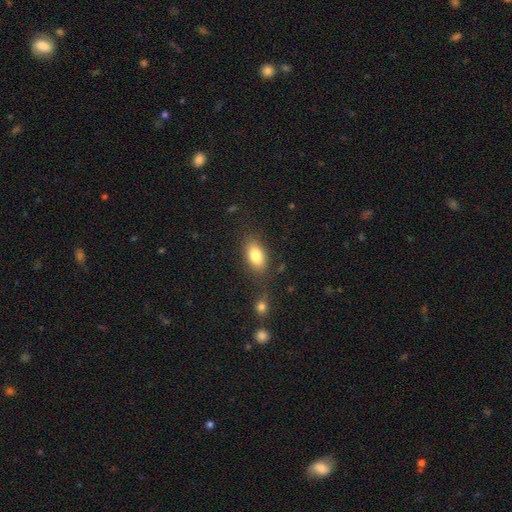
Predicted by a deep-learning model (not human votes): Smooth or featured?
  - smooth: 83% *
  - featured or disk: 10%
  - star or artifact: 7%
How rounded?
  - in between: 90% *
  - round: 6%
  - cigar-shaped: 5%
Merging?
  - none: 76% *
  - minor disturbance: 14%
  - merger: 6%
  - major disturbance: 5%